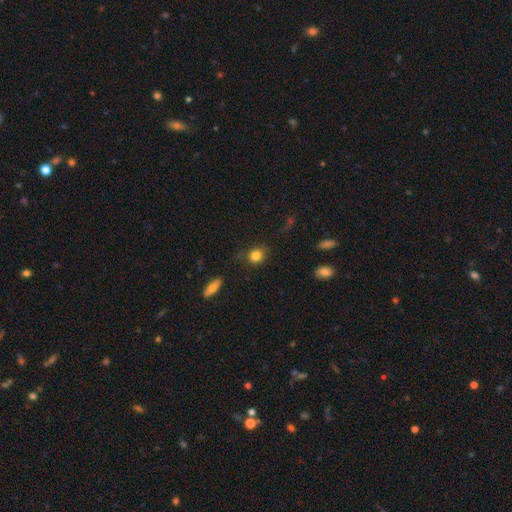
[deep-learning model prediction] A smooth galaxy with no disk features (83%) that is round (79%). Merging: none (79%).